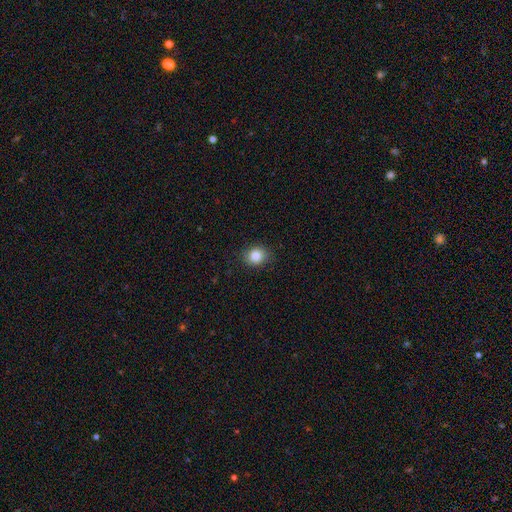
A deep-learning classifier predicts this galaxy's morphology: A smooth galaxy with no disk features (84%) that is round (67%). Merging: none (87%).